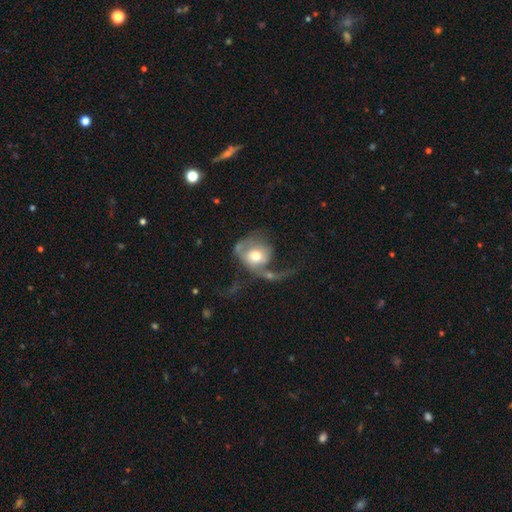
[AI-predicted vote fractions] smooth_or_featured: featured or disk (p=0.47) [alt: smooth p=0.46]
merging: major disturbance (p=0.58) [alt: none p=0.18]